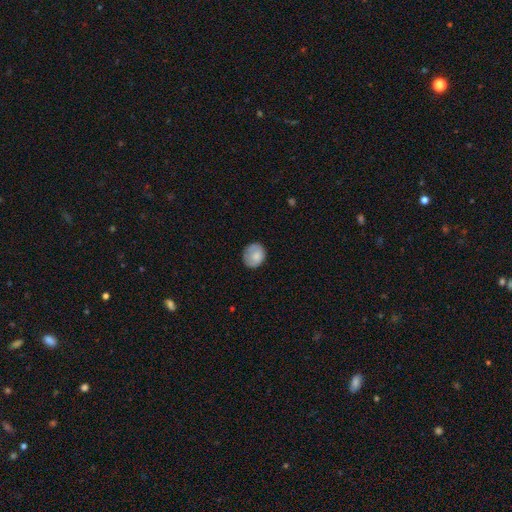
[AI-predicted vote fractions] A smooth galaxy with no disk features (80%) that is round (62%).

Vote fractions:
- Smooth or featured? smooth: 80% / featured or disk: 13% / star or artifact: 7%
- How rounded? round: 62% / in between: 37% / cigar-shaped: 1%
- Merging? none: 71% / minor disturbance: 22% / major disturbance: 6% / merger: 1%